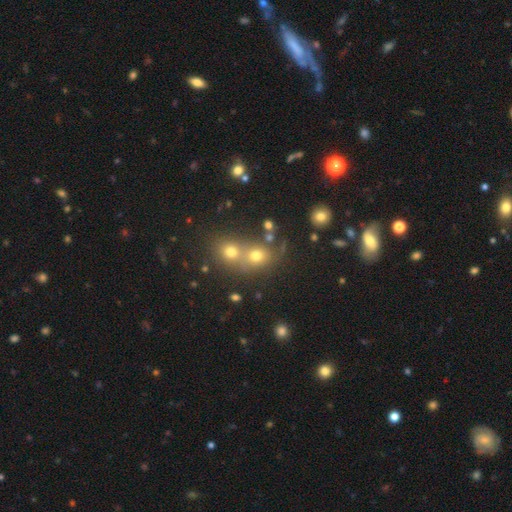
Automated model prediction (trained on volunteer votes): This appears to be a smooth galaxy with no disk features (66%) that is round (73%). Merging: merger (48%).